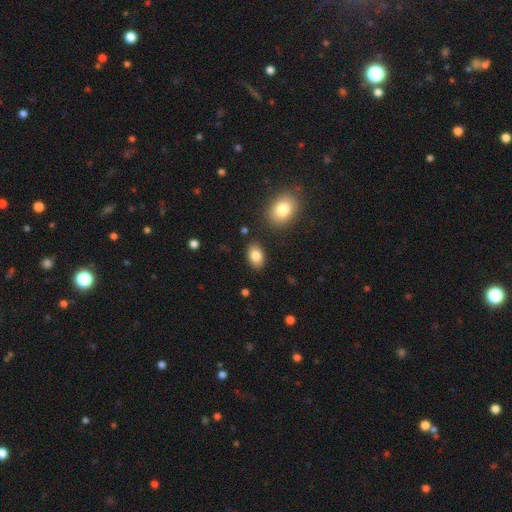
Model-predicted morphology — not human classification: This appears to be a smooth galaxy with no disk features (83%) that is in between round and cigar-shaped (90%). Merging: none (85%).